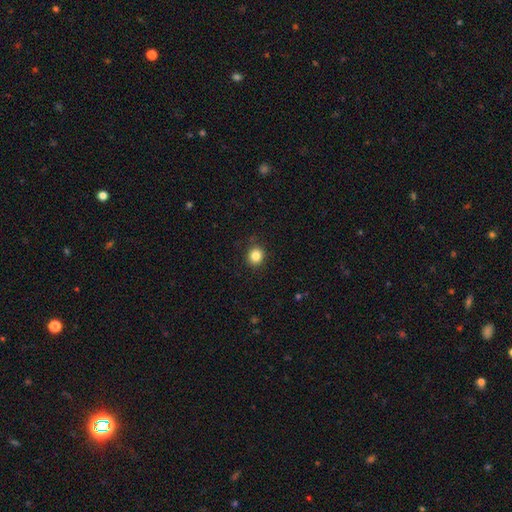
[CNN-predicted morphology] This appears to be a smooth galaxy with no disk features (84%) that is round (82%). Merging: none (89%).